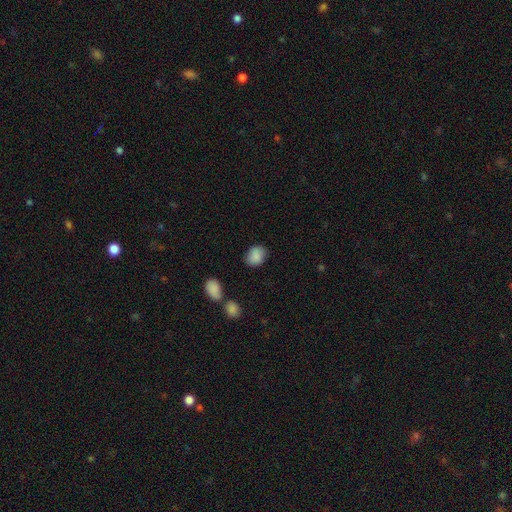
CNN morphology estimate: A smooth galaxy with no disk features (88%) that is in between round and cigar-shaped (54%).

Vote fractions:
- Smooth or featured? smooth: 88% / star or artifact: 8% / featured or disk: 5%
- How rounded? in between: 54% / round: 45% / cigar-shaped: 1%
- Merging? none: 79% / minor disturbance: 14% / major disturbance: 4% / merger: 3%